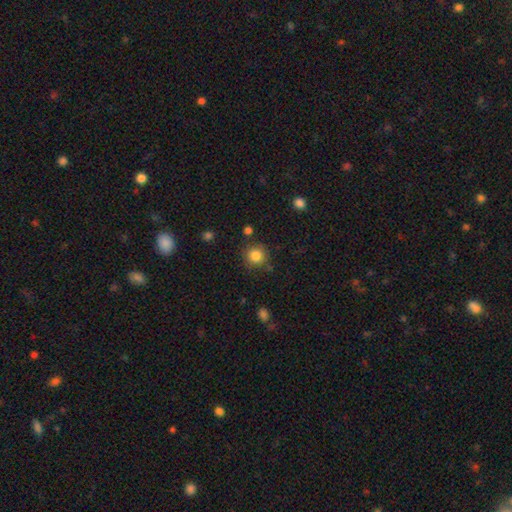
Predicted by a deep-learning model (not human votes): A smooth galaxy with no disk features (84%) that is round (92%). Merging: none (82%).